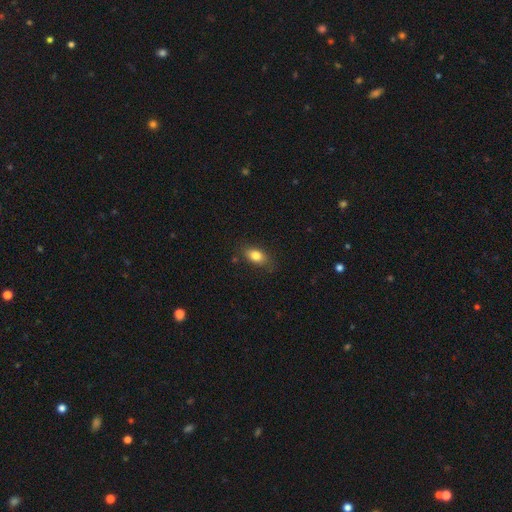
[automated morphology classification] This is clearly a smooth galaxy (81%). How rounded: clearly in between (81%). Merging: likely none (78%).